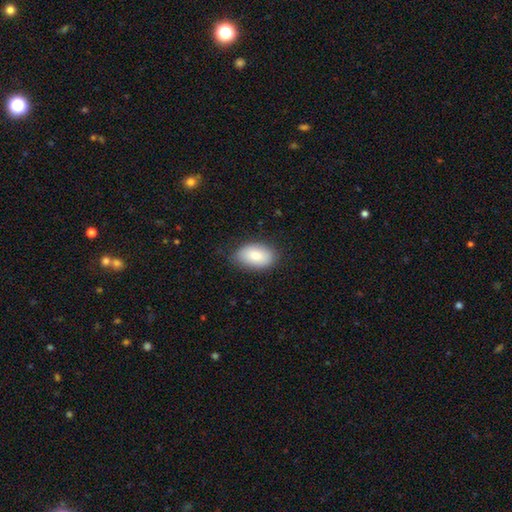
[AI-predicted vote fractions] Overall: smooth (81%). How rounded: in between (91%). Merging: none (81%).